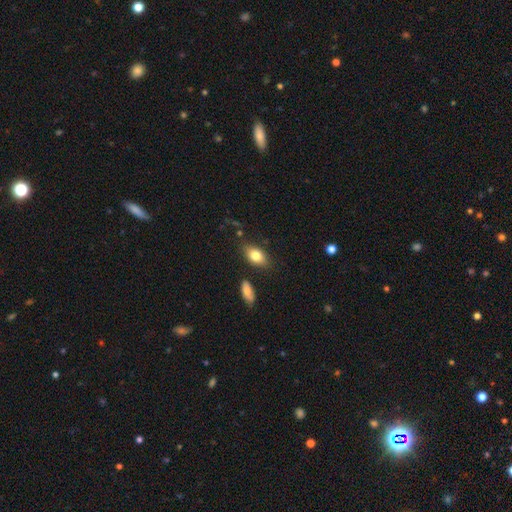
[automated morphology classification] This is clearly a smooth galaxy (80%). How rounded: clearly in between (89%). Merging: clearly none (80%).